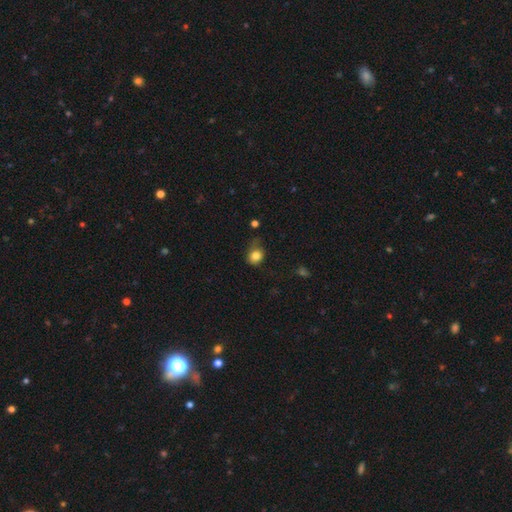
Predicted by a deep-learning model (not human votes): Smooth or featured? Predicted: smooth (p=0.81). How rounded? Predicted: round (p=0.60). Merging? Predicted: none (p=0.42).